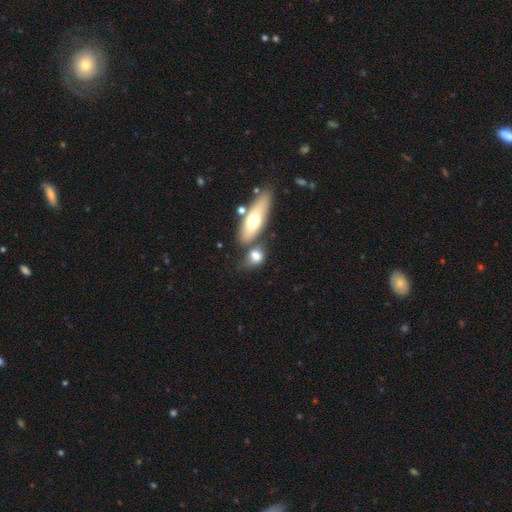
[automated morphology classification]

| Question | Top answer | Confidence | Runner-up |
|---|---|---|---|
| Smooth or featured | smooth | 71% | featured or disk (21%) |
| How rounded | in between | 59% | round (30%) |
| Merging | none | 45% | merger (29%) |